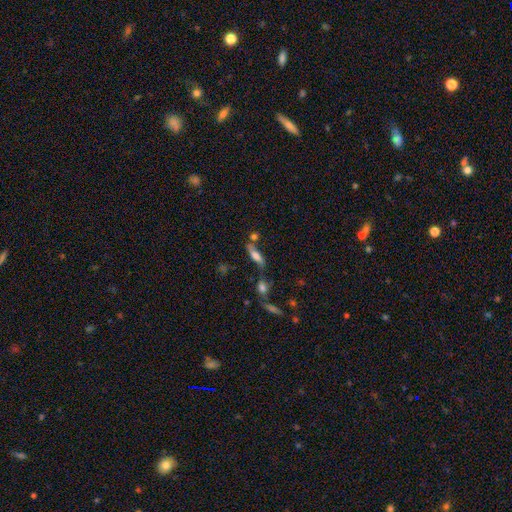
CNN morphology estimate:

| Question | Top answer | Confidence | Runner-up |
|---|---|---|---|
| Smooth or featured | smooth | 57% | featured or disk (33%) |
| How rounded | cigar-shaped | 54% | in between (42%) |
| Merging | none | 57% | merger (20%) |